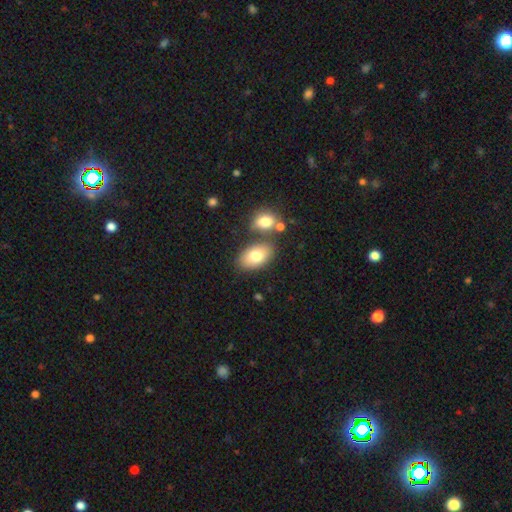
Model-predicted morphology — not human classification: Smooth or featured?
  - smooth: 77% *
  - featured or disk: 15%
  - star or artifact: 8%
How rounded?
  - in between: 90% *
  - round: 9%
  - cigar-shaped: 1%
Merging?
  - none: 67% *
  - merger: 18%
  - minor disturbance: 11%
  - major disturbance: 3%